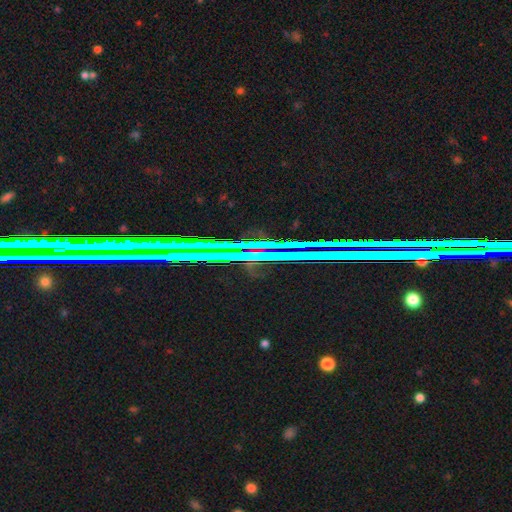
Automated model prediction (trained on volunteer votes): Q: Smooth or featured?
A: star or artifact (74%); runner-up: featured or disk (16%)